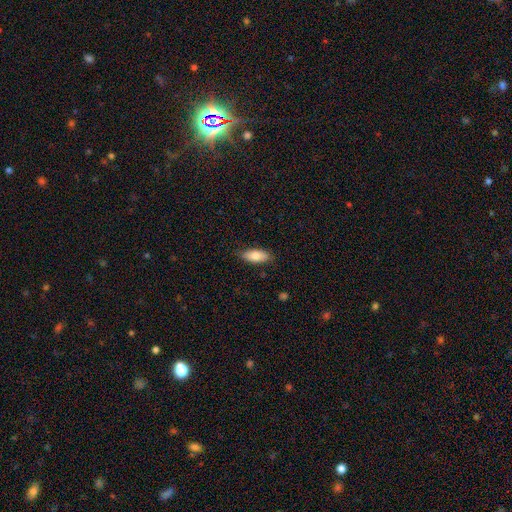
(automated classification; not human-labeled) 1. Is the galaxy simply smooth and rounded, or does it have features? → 78% smooth, 15% featured or disk, 6% star or artifact.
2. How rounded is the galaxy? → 79% in between, 18% cigar-shaped, 2% round.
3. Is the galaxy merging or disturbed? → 84% none, 13% minor disturbance, 2% major disturbance, 1% merger.